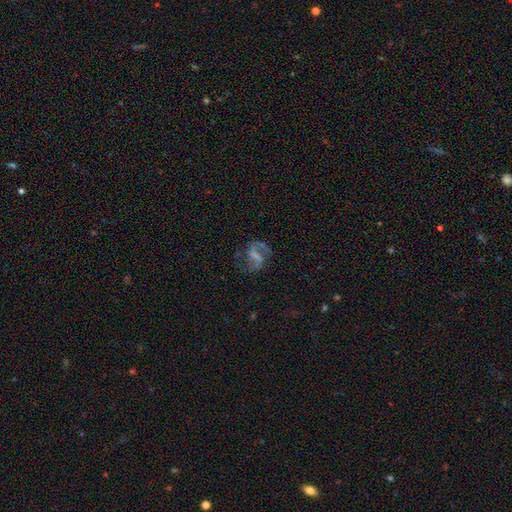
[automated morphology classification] Smooth or featured? Predicted: featured or disk (p=0.83). Edge-on disk? Predicted: no (p=0.98). Bar? Predicted: weak (p=0.45). Spiral arms? Predicted: yes (p=0.94). Spiral winding? Predicted: medium (p=0.48). Spiral arm count? Predicted: 2 (p=0.91). Bulge size? Predicted: none (p=0.55). Merging? Predicted: none (p=0.70).